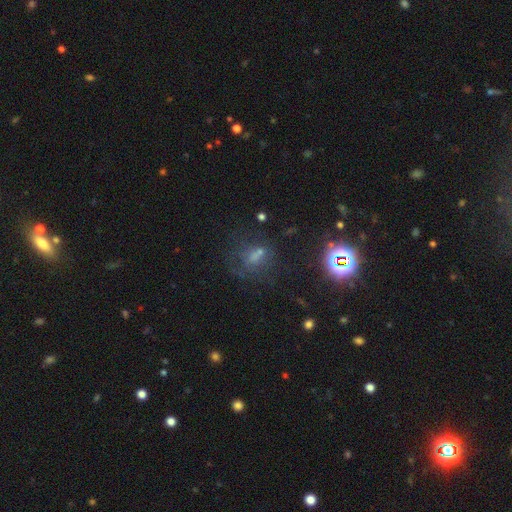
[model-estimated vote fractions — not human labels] Overall: smooth (39%; star or artifact 33%). Merging: none (46%; major disturbance 24%).